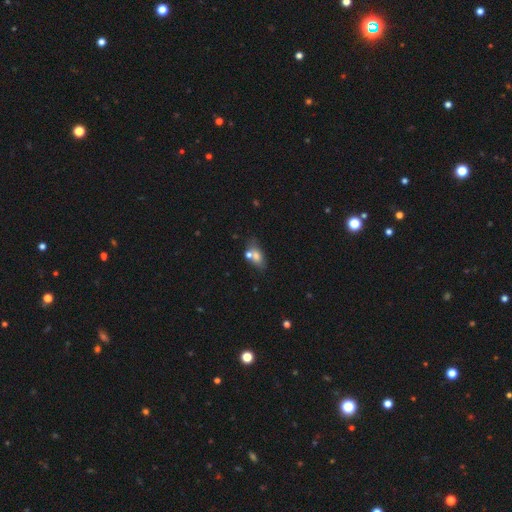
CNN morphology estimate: smooth_or_featured: smooth (p=0.68) [alt: featured or disk p=0.20]
how_rounded: in between (p=0.80) [alt: round p=0.13]
merging: none (p=0.47) [alt: merger p=0.31]